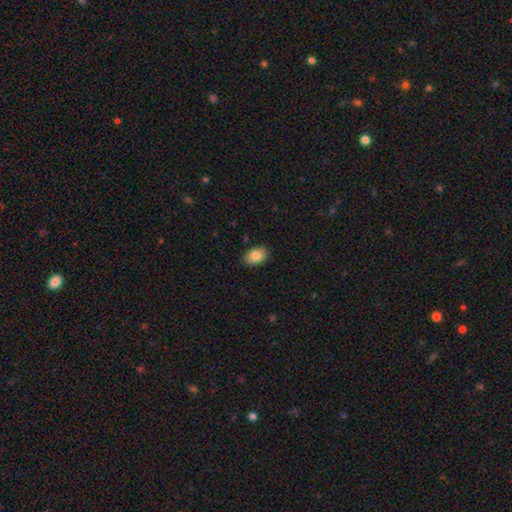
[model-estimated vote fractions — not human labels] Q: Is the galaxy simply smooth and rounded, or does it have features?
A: smooth — 83%.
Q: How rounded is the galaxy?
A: in between — 85%.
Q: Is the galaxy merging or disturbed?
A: none — 88%.